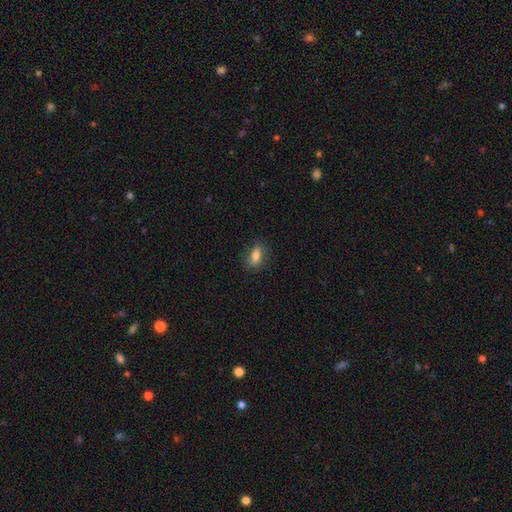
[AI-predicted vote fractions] Overall: smooth (75%). How rounded: in between (79%). Merging: none (79%).